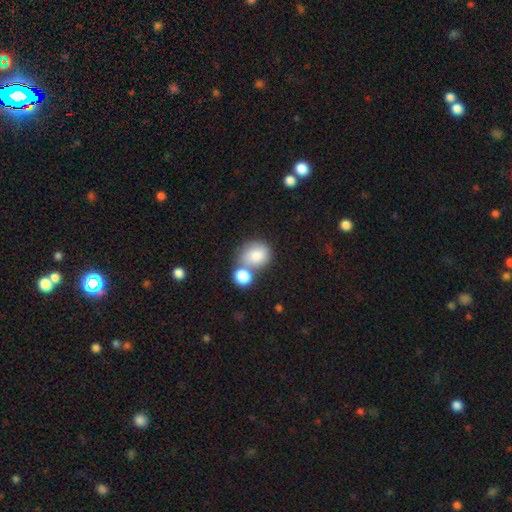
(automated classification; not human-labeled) Overall: smooth (82%). How rounded: round (63%; in between 36%). Merging: none (42%; merger 40%).